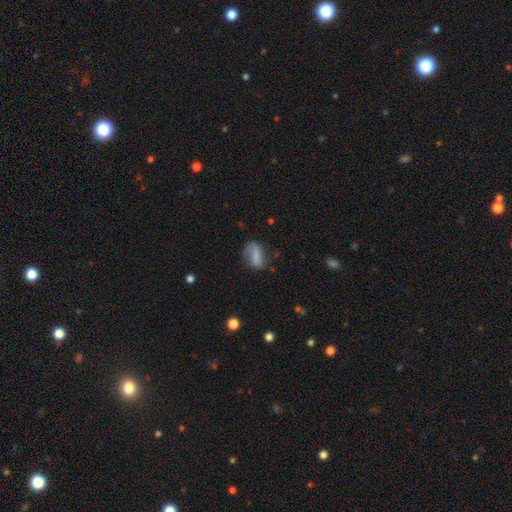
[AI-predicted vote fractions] A smooth galaxy with no disk features (68%) that is in between round and cigar-shaped (83%).

Vote fractions:
- Smooth or featured? smooth: 68% / featured or disk: 23% / star or artifact: 10%
- How rounded? in between: 83% / cigar-shaped: 9% / round: 8%
- Merging? none: 48% / minor disturbance: 29% / major disturbance: 20% / merger: 4%